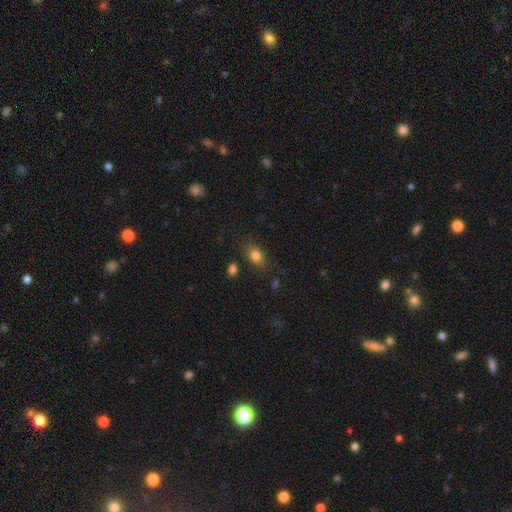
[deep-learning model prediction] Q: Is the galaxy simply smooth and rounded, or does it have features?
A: smooth — 82%.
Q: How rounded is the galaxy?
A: in between — 80%.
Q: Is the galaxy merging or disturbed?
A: none — 79%.